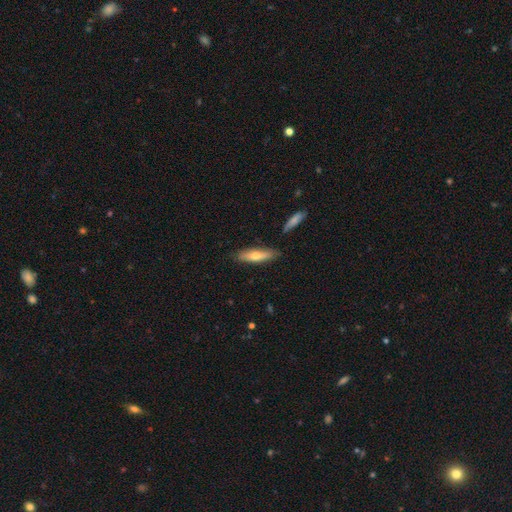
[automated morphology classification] smooth-or-featured: smooth: 63% | featured or disk: 31% | star or artifact: 6%
  how-rounded: cigar-shaped: 68% | in between: 30% | round: 2%
  merging: none: 82% | minor disturbance: 12% | merger: 4% | major disturbance: 2%